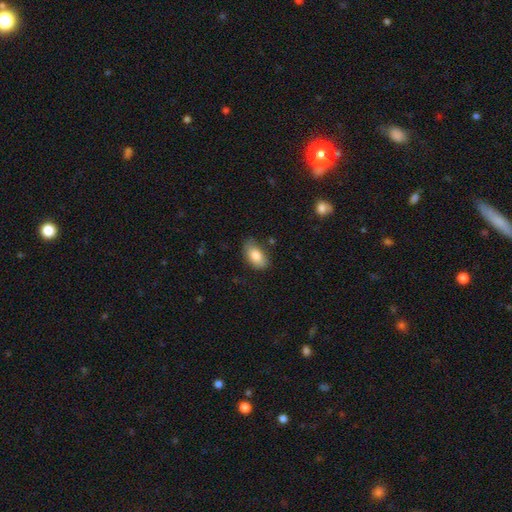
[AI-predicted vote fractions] smooth-or-featured: smooth: 83% | featured or disk: 10% | star or artifact: 7%
  how-rounded: in between: 93% | round: 5% | cigar-shaped: 3%
  merging: none: 71% | minor disturbance: 22% | major disturbance: 5% | merger: 2%